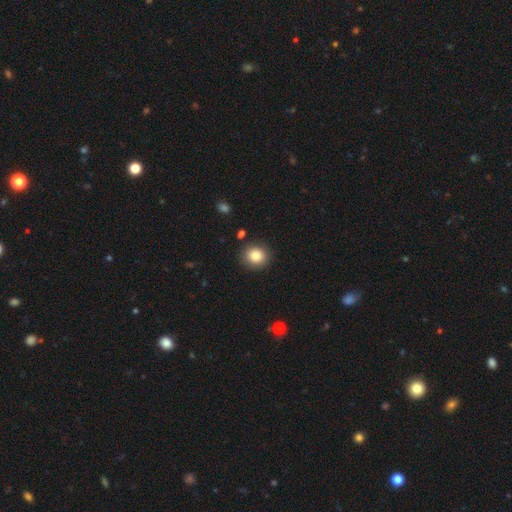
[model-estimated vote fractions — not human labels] Morphology: type=smooth (82%); roundness=round (85%); merging=none (89%).